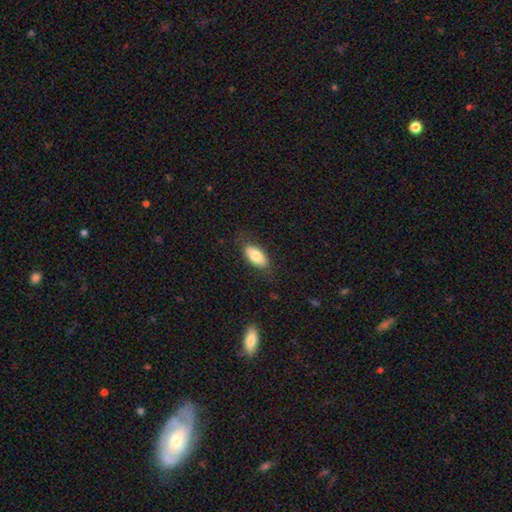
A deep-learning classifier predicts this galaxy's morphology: A smooth galaxy with no disk features (77%) that is in between round and cigar-shaped (92%).

Vote fractions:
- Smooth or featured? smooth: 77% / featured or disk: 16% / star or artifact: 6%
- How rounded? in between: 92% / cigar-shaped: 5% / round: 3%
- Merging? none: 80% / minor disturbance: 15% / major disturbance: 4% / merger: 1%